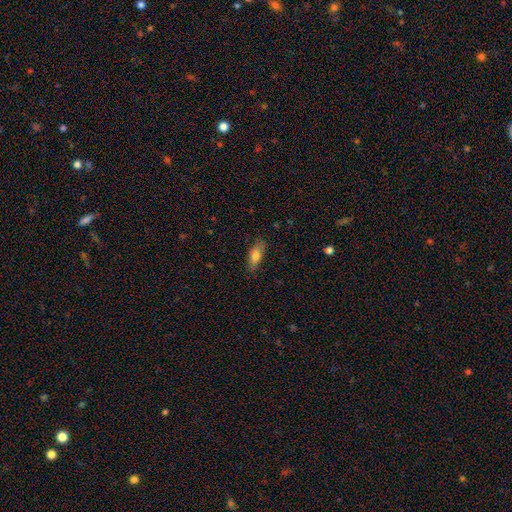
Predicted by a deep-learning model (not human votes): This appears to be a smooth galaxy with no disk features (74%) that is in between round and cigar-shaped (68%). Merging: none (81%).